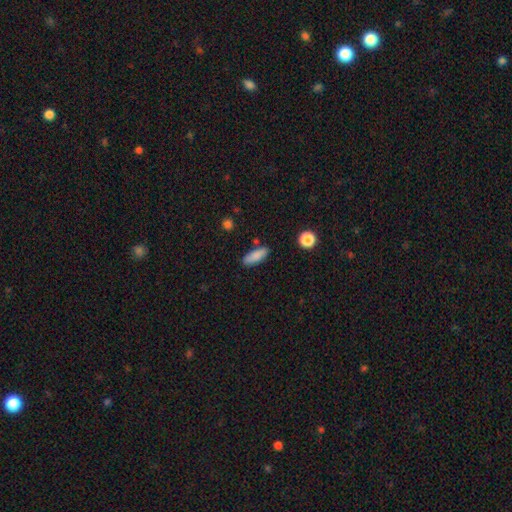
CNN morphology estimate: The model was most divided on "how rounded": in between: 65%, cigar-shaped: 33%, round: 2%. More confident: smooth or featured — smooth (86%); merging — none (83%).